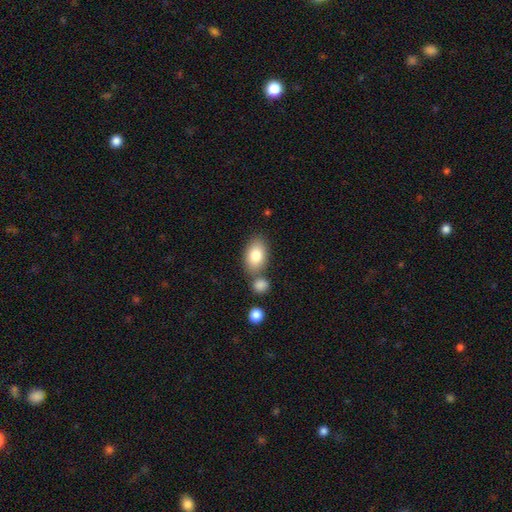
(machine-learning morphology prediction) Smooth or featured: smooth — 81% (featured or disk — 12%)
How rounded: in between — 89% (round — 10%)
Merging: none — 64% (merger — 19%)